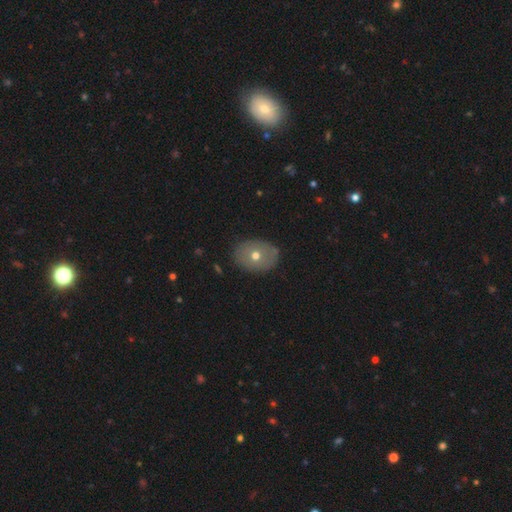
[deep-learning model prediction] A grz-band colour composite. It shows a smooth galaxy with no disk features (57%) that is in between round and cigar-shaped (68%). Merging: none (85%).